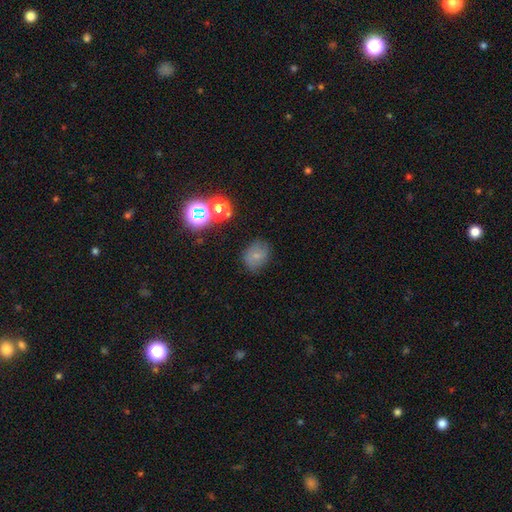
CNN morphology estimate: smooth_or_featured: smooth (p=0.63) [alt: featured or disk p=0.20]
how_rounded: round (p=0.62) [alt: in between p=0.37]
merging: none (p=0.75) [alt: minor disturbance p=0.16]